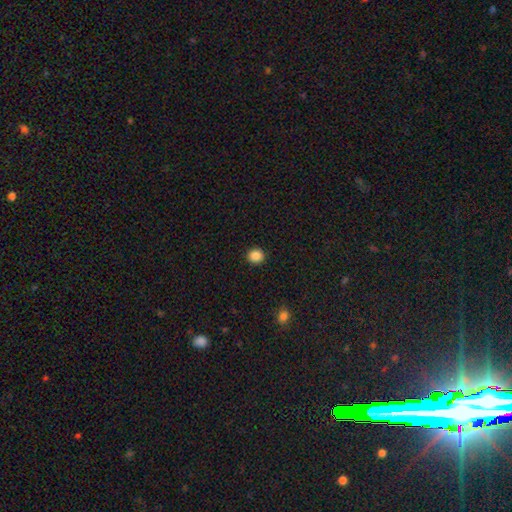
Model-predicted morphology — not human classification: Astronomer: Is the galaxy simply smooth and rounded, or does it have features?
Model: smooth — 86%.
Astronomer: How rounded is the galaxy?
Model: round — 90%.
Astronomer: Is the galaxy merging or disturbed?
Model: none — 93%.